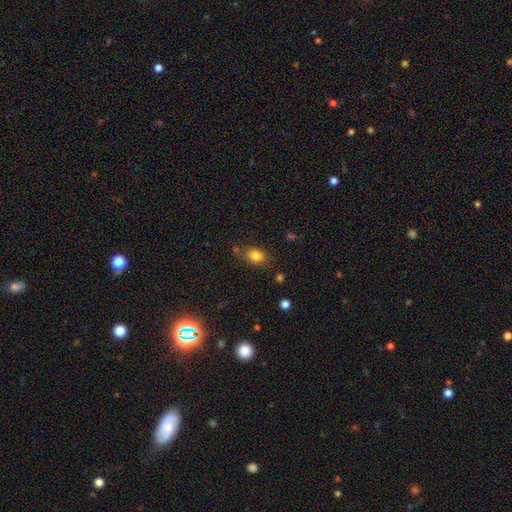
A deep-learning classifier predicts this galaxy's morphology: A smooth galaxy with no disk features (82%) that is in between round and cigar-shaped (68%).

Vote fractions:
- Smooth or featured? smooth: 82% / star or artifact: 11% / featured or disk: 7%
- How rounded? in between: 68% / round: 30% / cigar-shaped: 2%
- Merging? none: 70% / minor disturbance: 17% / merger: 7% / major disturbance: 5%